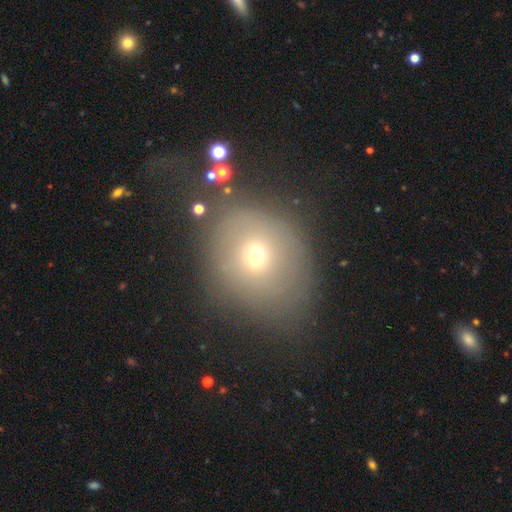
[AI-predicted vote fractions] This appears to be a smooth galaxy with no disk features (62%) that is round (65%). Merging: none (55%).